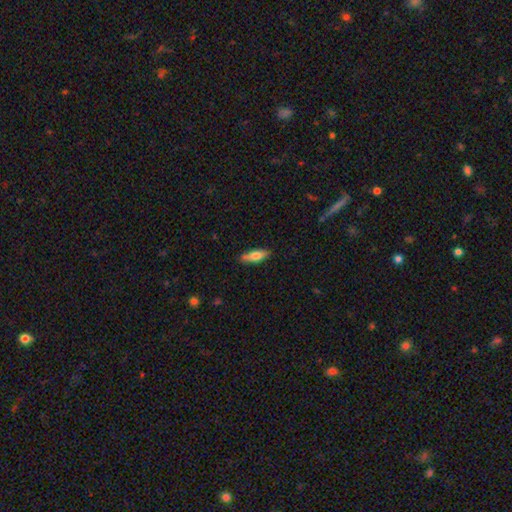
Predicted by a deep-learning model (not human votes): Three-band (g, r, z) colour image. It shows a smooth galaxy with no disk features (69%) that is in between round and cigar-shaped (51%). Merging: none (83%).